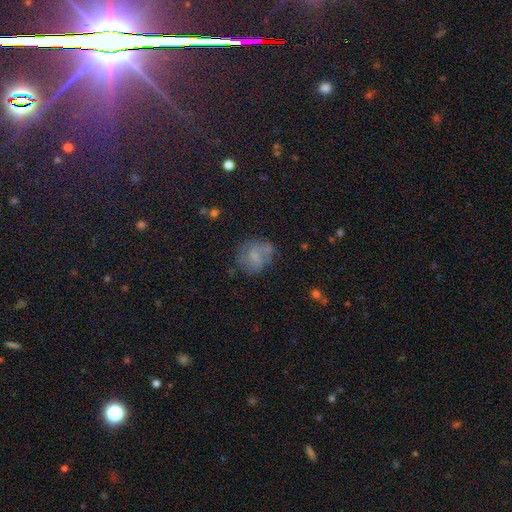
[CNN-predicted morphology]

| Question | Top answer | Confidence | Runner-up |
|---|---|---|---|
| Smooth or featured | smooth | 52% | featured or disk (37%) |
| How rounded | round | 75% | in between (24%) |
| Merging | none | 59% | minor disturbance (23%) |